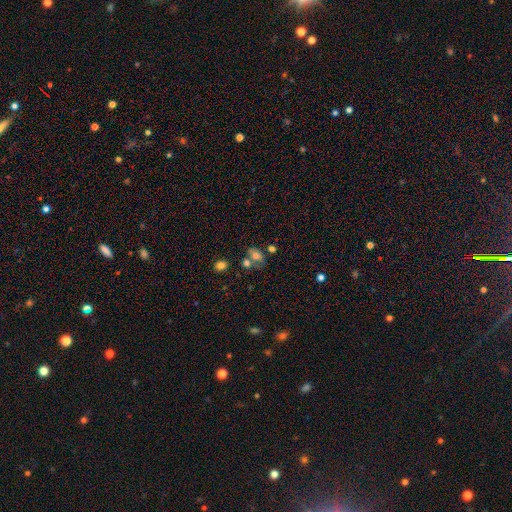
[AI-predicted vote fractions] A smooth galaxy with no disk features (63%) that is in between round and cigar-shaped (74%).

Vote fractions:
- Smooth or featured? smooth: 63% / featured or disk: 24% / star or artifact: 13%
- How rounded? in between: 74% / round: 24% / cigar-shaped: 2%
- Merging? none: 44% / merger: 30% / minor disturbance: 17% / major disturbance: 9%